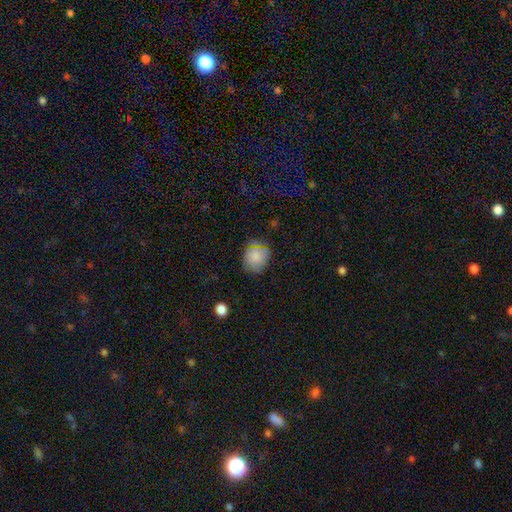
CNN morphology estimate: Smooth or featured? Predicted: smooth (p=0.81). How rounded? Predicted: round (p=0.65). Merging? Predicted: none (p=0.75).